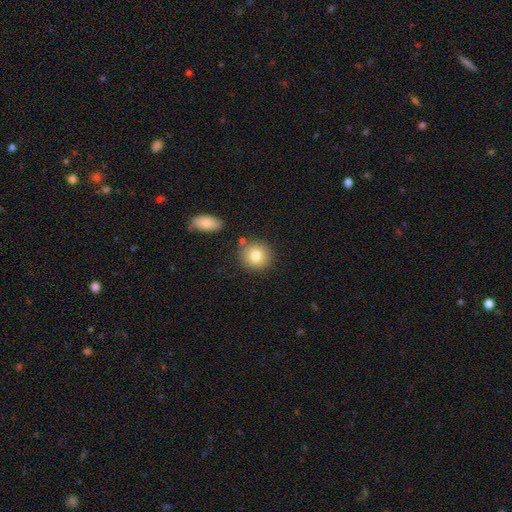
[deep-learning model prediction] A smooth galaxy with no disk features (80%) that is round (89%). Merging: none (79%).